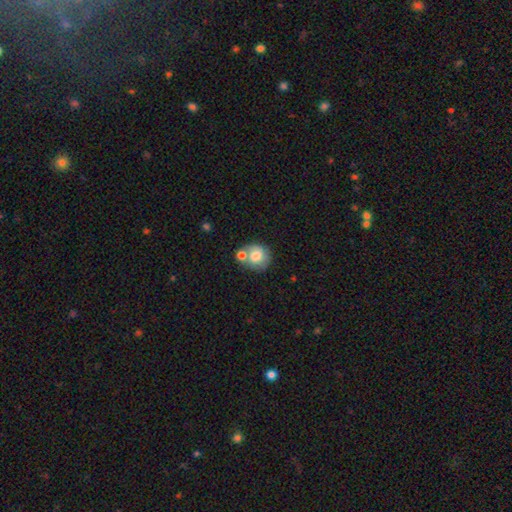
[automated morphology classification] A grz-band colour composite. It shows a smooth galaxy with no disk features (73%) that is round (78%). Merging: none (47%).